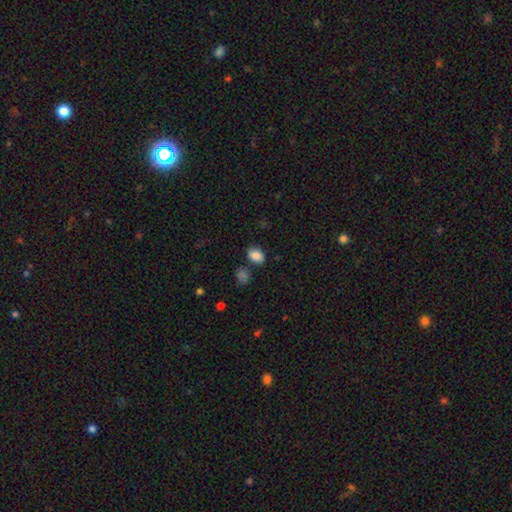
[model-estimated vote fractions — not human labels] Morphology: type=smooth (84%); roundness=in between (78%); merging=none (76%).